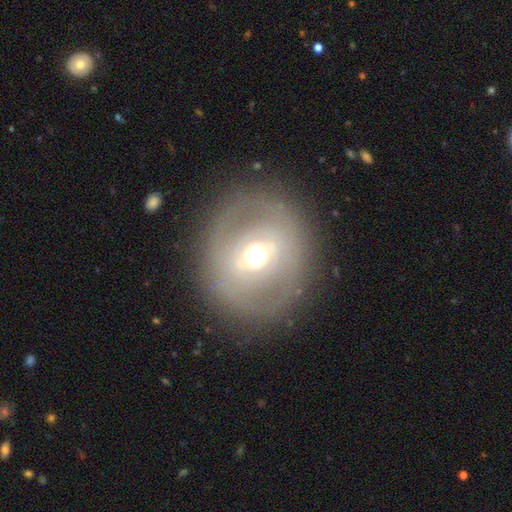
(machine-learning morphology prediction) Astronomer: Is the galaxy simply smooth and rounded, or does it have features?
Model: featured or disk — 60%.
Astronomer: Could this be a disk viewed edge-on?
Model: no — 95%.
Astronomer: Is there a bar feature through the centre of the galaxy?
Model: no — 42% (runner-up: weak, 39%).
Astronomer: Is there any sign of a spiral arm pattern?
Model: no — 59% (runner-up: yes, 41%).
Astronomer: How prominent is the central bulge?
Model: moderate — 68%.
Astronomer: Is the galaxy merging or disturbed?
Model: none — 81%.